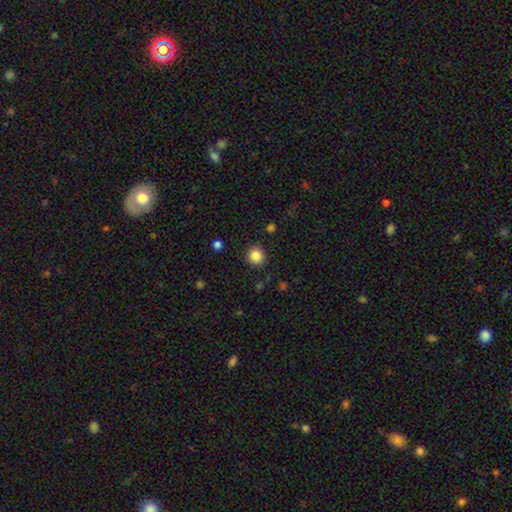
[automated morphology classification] Smooth or featured?
  - smooth: 86% *
  - star or artifact: 11%
  - featured or disk: 4%
How rounded?
  - round: 92% *
  - in between: 7%
  - cigar-shaped: 1%
Merging?
  - none: 89% *
  - minor disturbance: 7%
  - major disturbance: 2%
  - merger: 1%